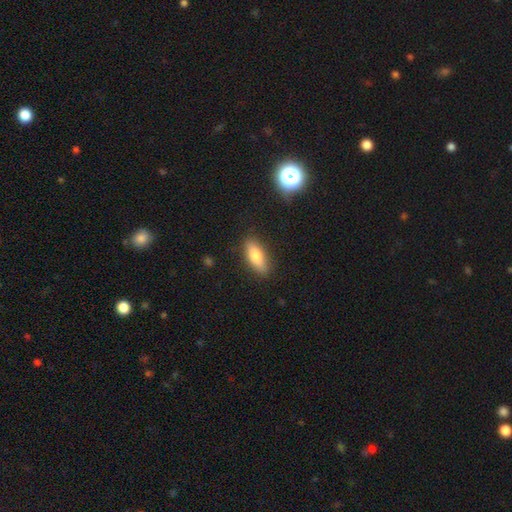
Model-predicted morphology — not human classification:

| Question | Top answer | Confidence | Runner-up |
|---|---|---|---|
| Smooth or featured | smooth | 76% | featured or disk (17%) |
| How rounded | in between | 68% | cigar-shaped (30%) |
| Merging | none | 85% | minor disturbance (11%) |